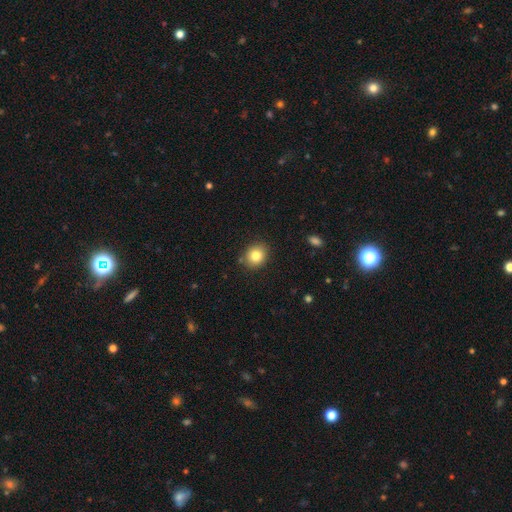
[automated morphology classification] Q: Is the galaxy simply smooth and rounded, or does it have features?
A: smooth — 82%.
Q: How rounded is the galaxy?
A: round — 72%.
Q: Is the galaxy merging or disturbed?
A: none — 86%.